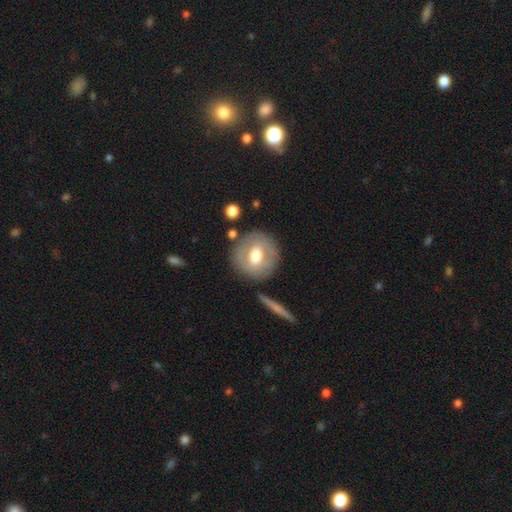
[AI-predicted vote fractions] A smooth galaxy with no disk features (54%) that is round (86%).

Vote fractions:
- Smooth or featured? smooth: 54% / featured or disk: 40% / star or artifact: 7%
- How rounded? round: 86% / in between: 13% / cigar-shaped: 1%
- Merging? none: 80% / minor disturbance: 11% / merger: 4% / major disturbance: 4%